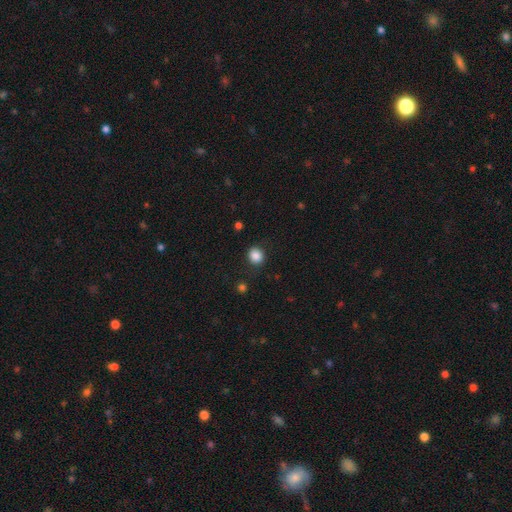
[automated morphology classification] A smooth galaxy with no disk features (86%) that is round (76%).

Vote fractions:
- Smooth or featured? smooth: 86% / star or artifact: 10% / featured or disk: 4%
- How rounded? round: 76% / in between: 23% / cigar-shaped: 1%
- Merging? none: 87% / minor disturbance: 9% / major disturbance: 3% / merger: 1%